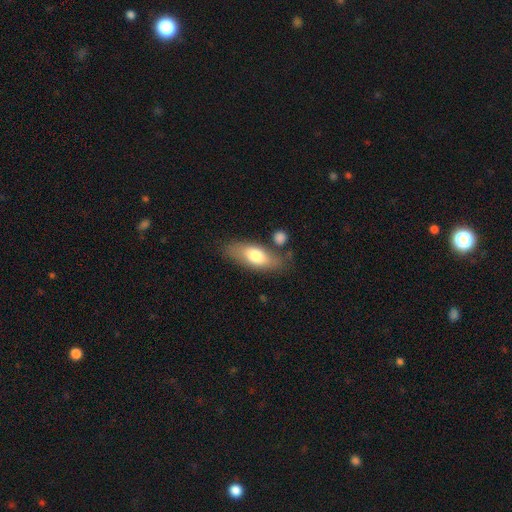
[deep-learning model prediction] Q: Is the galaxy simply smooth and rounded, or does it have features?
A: smooth — 69%.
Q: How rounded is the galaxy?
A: in between — 76%.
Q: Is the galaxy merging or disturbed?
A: none — 70%.